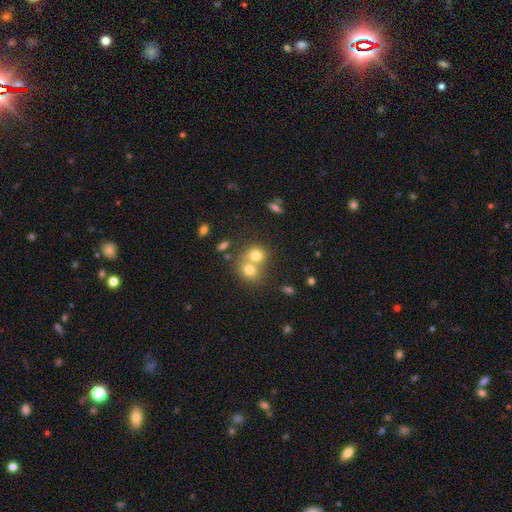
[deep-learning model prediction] Overall: smooth (73%). How rounded: round (70%). Merging: merger (62%; none 30%).